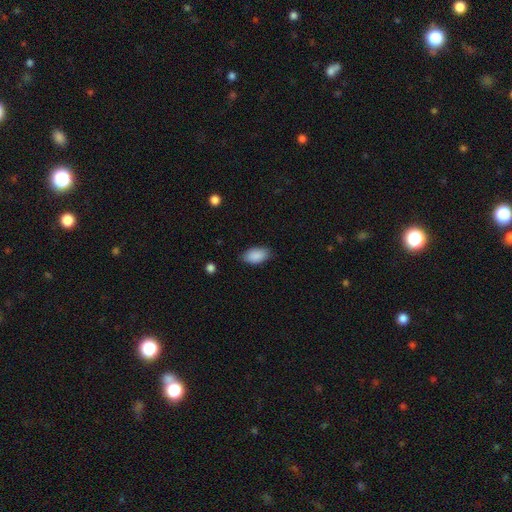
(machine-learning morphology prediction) The model was most divided on "merging": none: 82%, minor disturbance: 14%, major disturbance: 3%, merger: 1%. More confident: how rounded — in between (94%); smooth or featured — smooth (89%).